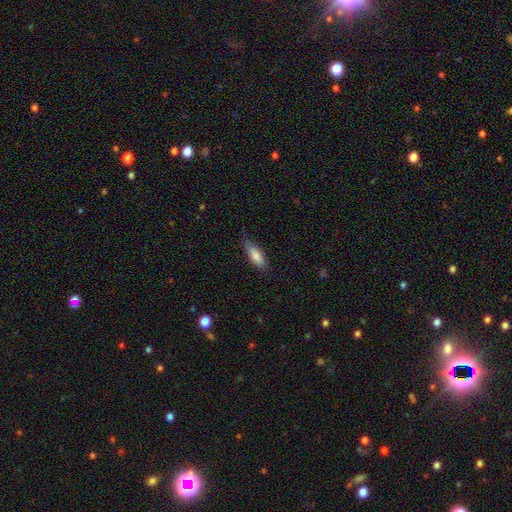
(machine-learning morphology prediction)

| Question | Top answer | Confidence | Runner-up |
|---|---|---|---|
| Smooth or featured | smooth | 81% | featured or disk (12%) |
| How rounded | in between | 55% | cigar-shaped (43%) |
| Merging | none | 78% | minor disturbance (17%) |